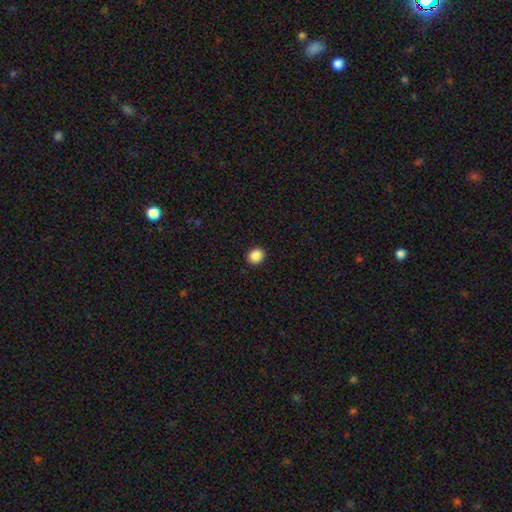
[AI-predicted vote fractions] Q: Smooth or featured?
A: smooth (88%); runner-up: star or artifact (9%)
Q: How rounded?
A: round (77%); runner-up: in between (22%)
Q: Merging?
A: none (92%); runner-up: minor disturbance (5%)